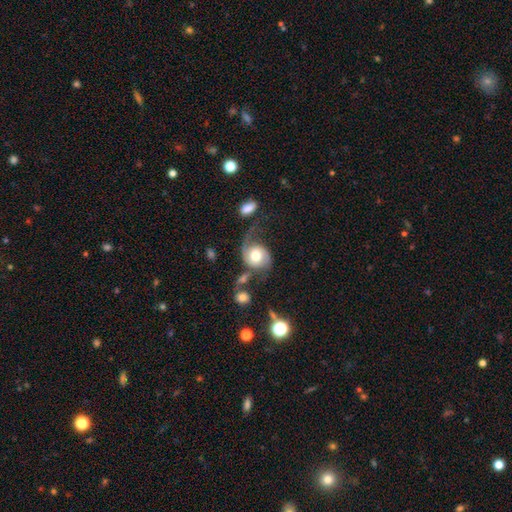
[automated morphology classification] Smooth or featured?
  - featured or disk: 66% *
  - smooth: 26%
  - star or artifact: 7%
Edge-on disk?
  - no: 97% *
  - yes: 3%
Bar?
  - no: 72% *
  - weak: 23%
  - strong: 5%
Spiral arms?
  - yes: 90% *
  - no: 10%
Spiral winding?
  - loose: 45% *
  - medium: 37%
  - tight: 18%
Spiral arm count?
  - 2: 63% *
  - 1: 31%
  - can't tell: 4%
  - 3: 1%
  - 4: 1%
  - more than 4: 1%
Bulge size?
  - moderate: 54% *
  - large: 32%
  - small: 7%
  - dominant: 5%
  - none: 2%
Merging?
  - none: 36% *
  - major disturbance: 31%
  - minor disturbance: 22%
  - merger: 11%